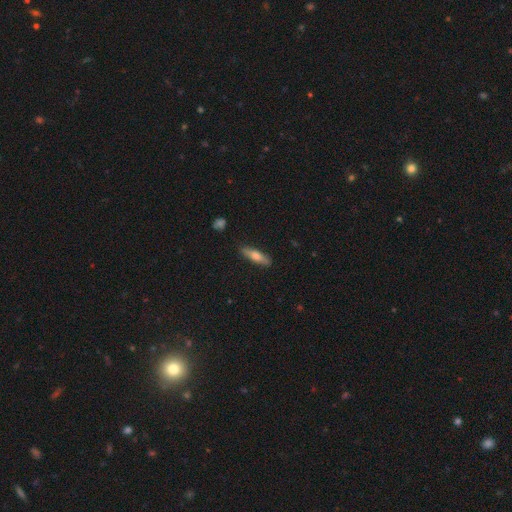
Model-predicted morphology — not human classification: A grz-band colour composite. It shows a smooth galaxy with no disk features (64%) that is cigar-shaped (73%). Merging: none (86%).